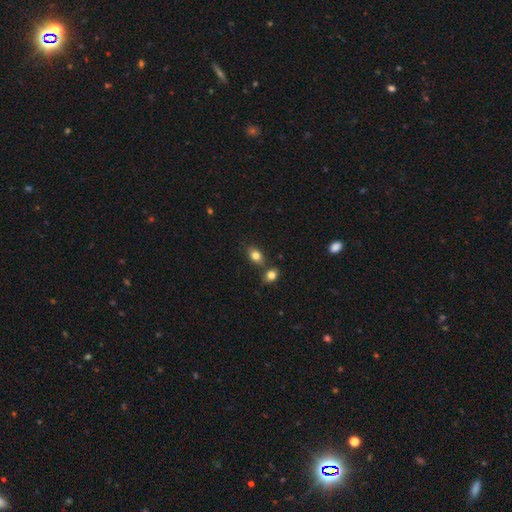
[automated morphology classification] Smooth or featured?
  - smooth: 80% *
  - star or artifact: 10%
  - featured or disk: 9%
How rounded?
  - in between: 77% *
  - round: 21%
  - cigar-shaped: 2%
Merging?
  - none: 64% *
  - merger: 20%
  - minor disturbance: 13%
  - major disturbance: 3%